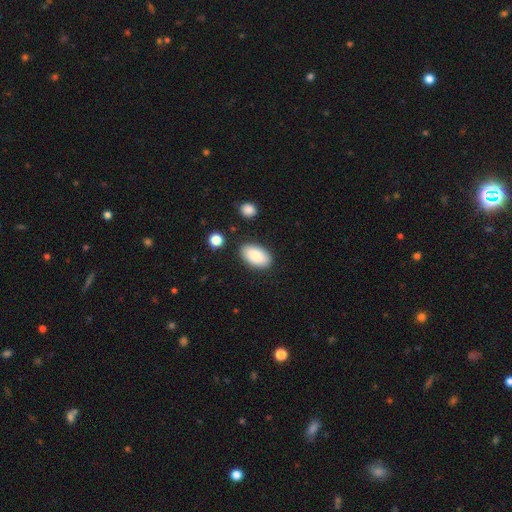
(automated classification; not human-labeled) A smooth galaxy with no disk features (86%) that is in between round and cigar-shaped (94%).

Vote fractions:
- Smooth or featured? smooth: 86% / featured or disk: 7% / star or artifact: 6%
- How rounded? in between: 94% / round: 4% / cigar-shaped: 2%
- Merging? none: 84% / minor disturbance: 10% / major disturbance: 3% / merger: 3%